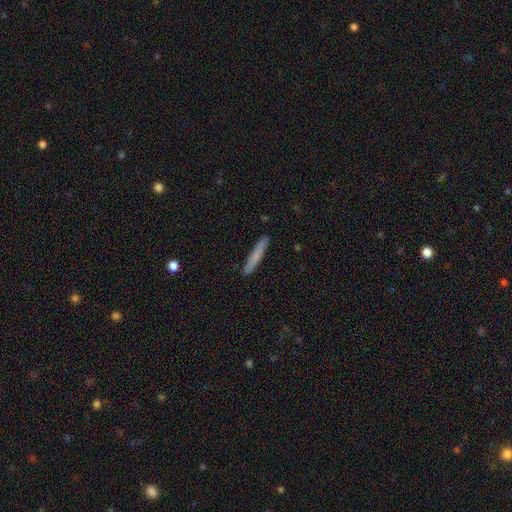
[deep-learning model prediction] This appears to be a smooth galaxy with no disk features (71%) that is cigar-shaped (95%). Merging: none (90%).